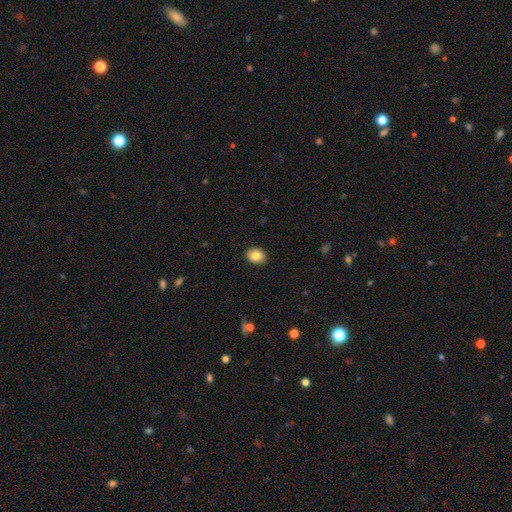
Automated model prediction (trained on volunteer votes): Smooth or featured? smooth (84%)
How rounded? round (51%)
Merging? none (90%)